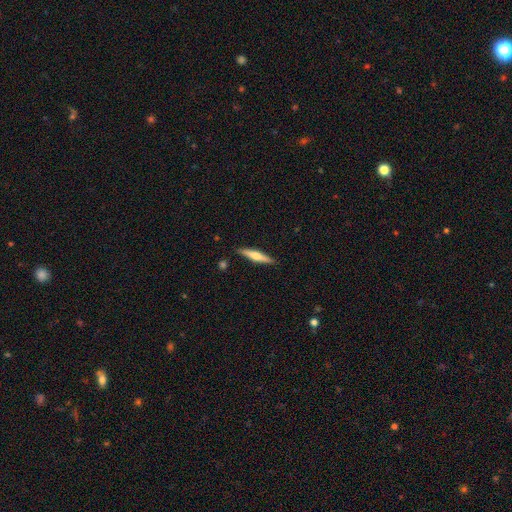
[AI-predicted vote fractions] A featured or disk galaxy (51%) viewed edge-on (96%).

Vote fractions:
- Smooth or featured? featured or disk: 51% / smooth: 44% / star or artifact: 6%
- Edge-on disk? yes: 96% / no: 4%
- Merging? none: 88% / minor disturbance: 8% / major disturbance: 2% / merger: 2%